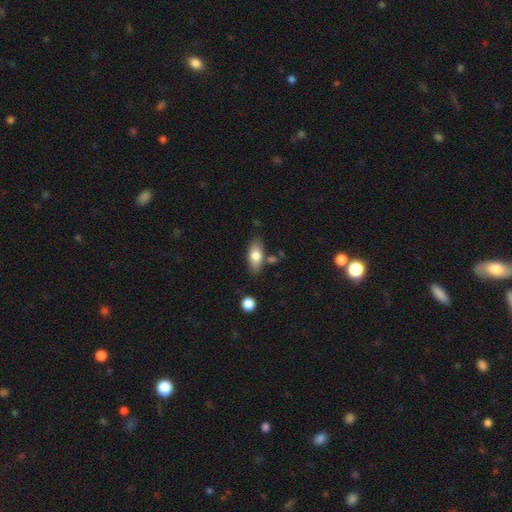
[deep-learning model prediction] Q: Smooth or featured?
A: smooth (76%); runner-up: featured or disk (18%)
Q: How rounded?
A: in between (85%); runner-up: cigar-shaped (11%)
Q: Merging?
A: none (75%); runner-up: minor disturbance (15%)